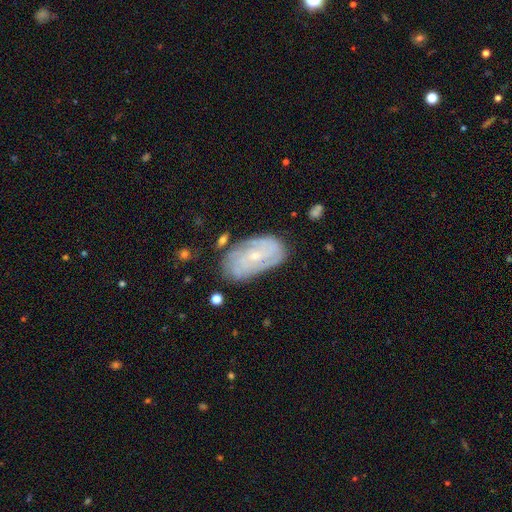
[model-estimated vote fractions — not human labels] A featured or disk galaxy (75%) with no bar (67%), tight (63%) spiral arms (91%) and a small central bulge (74%). Merging: none (72%).